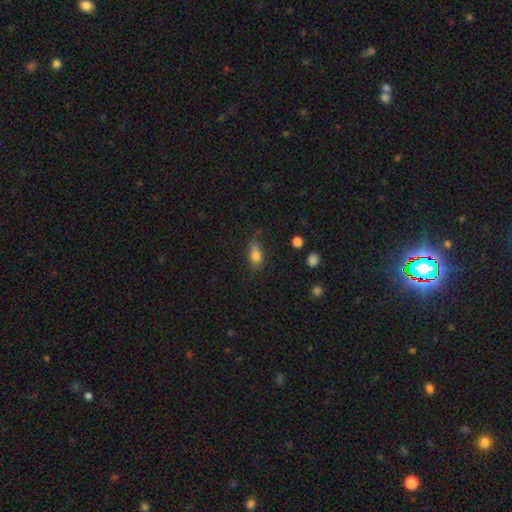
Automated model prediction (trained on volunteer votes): The model was most divided on "merging": none: 57%, minor disturbance: 30%, major disturbance: 10%, merger: 3%. More confident: how rounded — in between (83%); smooth or featured — smooth (81%).